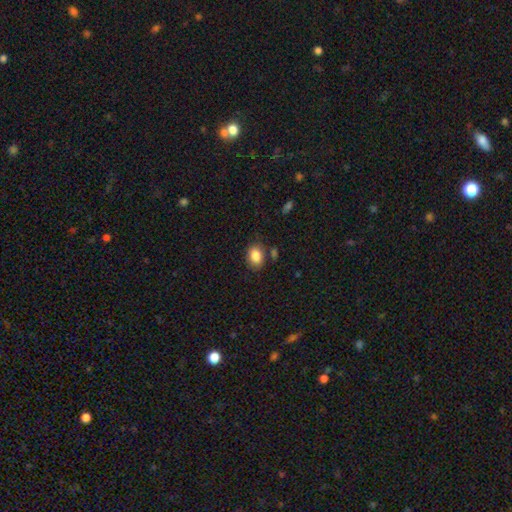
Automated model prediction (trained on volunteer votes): Smooth or featured?
  - smooth: 85% *
  - star or artifact: 8%
  - featured or disk: 7%
How rounded?
  - in between: 73% *
  - round: 26%
  - cigar-shaped: 1%
Merging?
  - none: 76% *
  - minor disturbance: 15%
  - merger: 5%
  - major disturbance: 4%